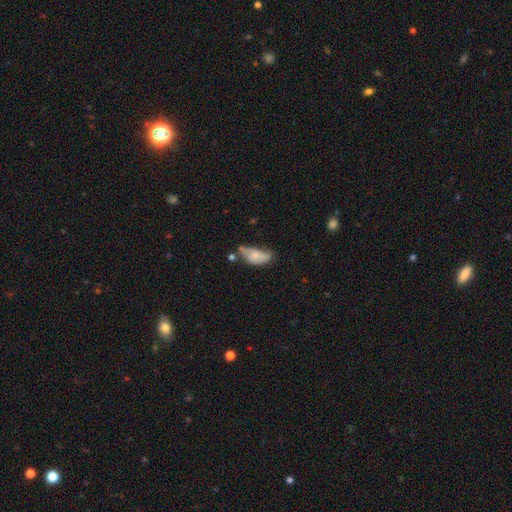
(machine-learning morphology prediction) This is likely a smooth galaxy (65%). How rounded: clearly in between (85%). Merging: marginally minor disturbance (32%).